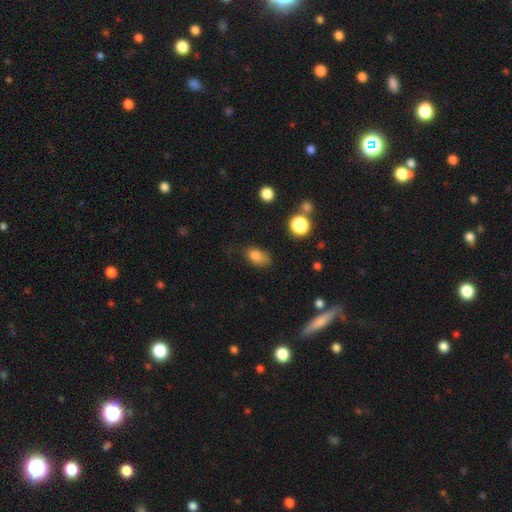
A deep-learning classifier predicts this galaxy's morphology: Smooth or featured?
  - smooth: 80% *
  - star or artifact: 11%
  - featured or disk: 9%
How rounded?
  - in between: 83% *
  - round: 15%
  - cigar-shaped: 2%
Merging?
  - none: 56% *
  - minor disturbance: 30%
  - major disturbance: 10%
  - merger: 3%